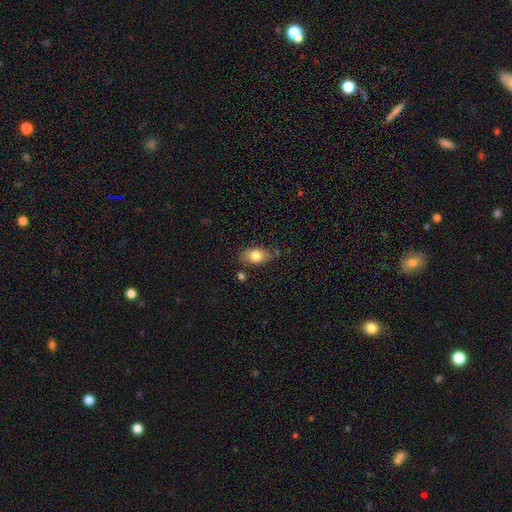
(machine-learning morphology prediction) Smooth or featured? Predicted: smooth (p=0.78). How rounded? Predicted: in between (p=0.86). Merging? Predicted: none (p=0.73).